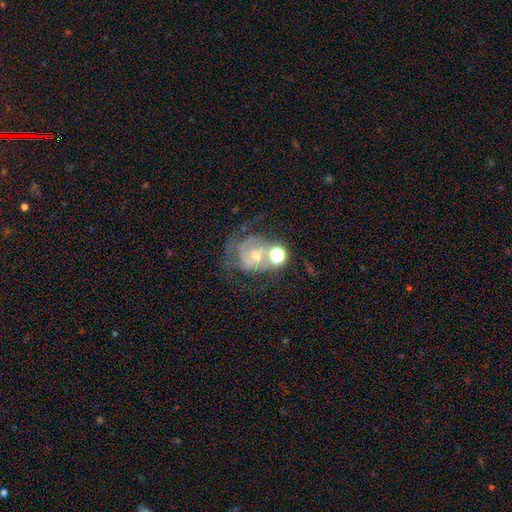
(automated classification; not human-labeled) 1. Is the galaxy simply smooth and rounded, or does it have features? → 69% featured or disk, 17% smooth, 14% star or artifact.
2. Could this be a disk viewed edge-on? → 97% no, 3% yes.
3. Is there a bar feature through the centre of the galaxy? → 68% no, 25% weak, 7% strong.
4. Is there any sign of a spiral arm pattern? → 81% yes, 19% no.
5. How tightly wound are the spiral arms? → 47% tight, 37% medium, 16% loose.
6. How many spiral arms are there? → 37% 2, 34% can't tell, 11% 1, 11% 3, 3% 4, 3% more than 4.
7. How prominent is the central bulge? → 48% small, 44% moderate, 4% none, 3% large, 1% dominant.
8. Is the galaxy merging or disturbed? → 37% none, 24% major disturbance, 21% merger, 18% minor disturbance.